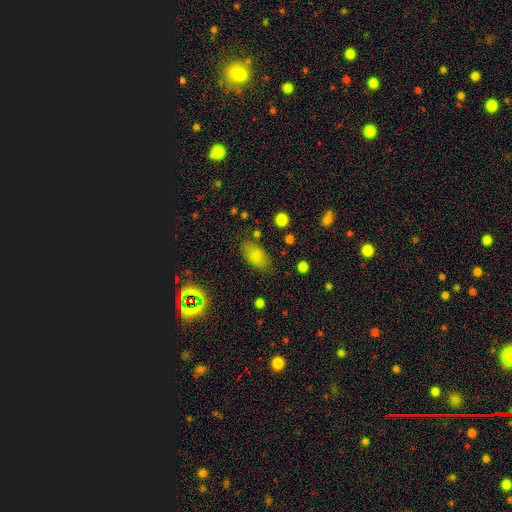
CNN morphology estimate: smooth 80%, star or artifact 12%, featured or disk 9%. Down the decision tree: how rounded — in between (91%); merging — none (75%).